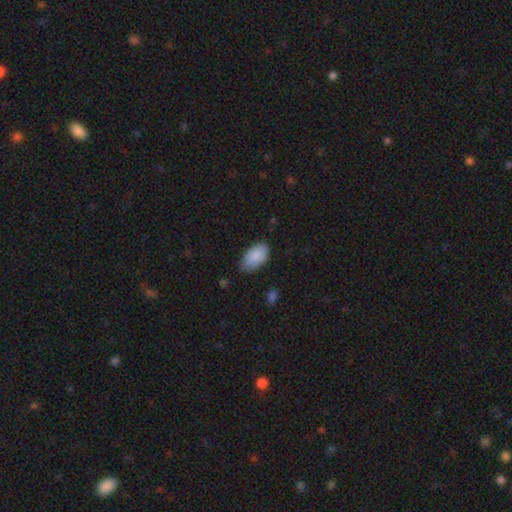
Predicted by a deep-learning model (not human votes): Smooth or featured? smooth (89%)
How rounded? in between (94%)
Merging? none (70%)